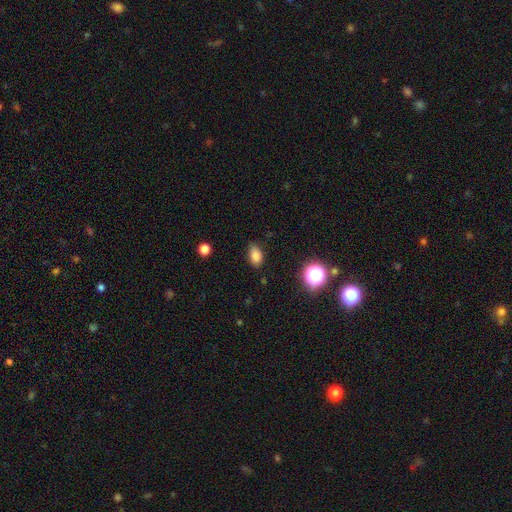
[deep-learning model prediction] Smooth or featured? smooth (84%)
How rounded? in between (86%)
Merging? none (82%)